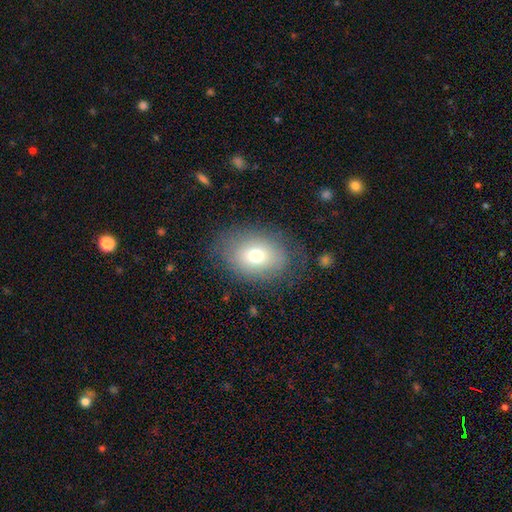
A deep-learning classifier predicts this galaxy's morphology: This is likely a smooth galaxy (72%). How rounded: likely in between (70%). Merging: likely none (76%).